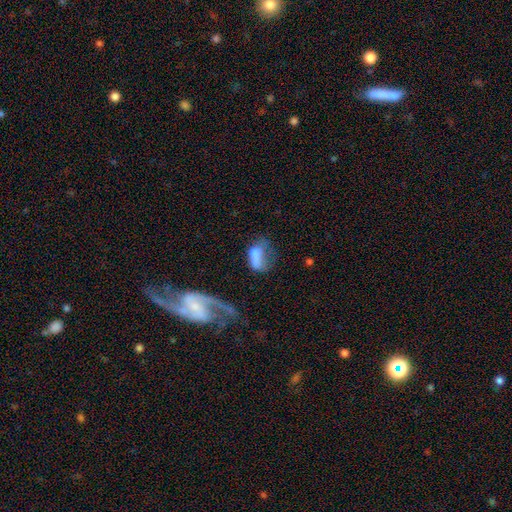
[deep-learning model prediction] Smooth or featured?
  - smooth: 61% *
  - featured or disk: 29%
  - star or artifact: 10%
How rounded?
  - in between: 83% *
  - round: 12%
  - cigar-shaped: 5%
Merging?
  - major disturbance: 46% *
  - none: 22%
  - minor disturbance: 19%
  - merger: 13%